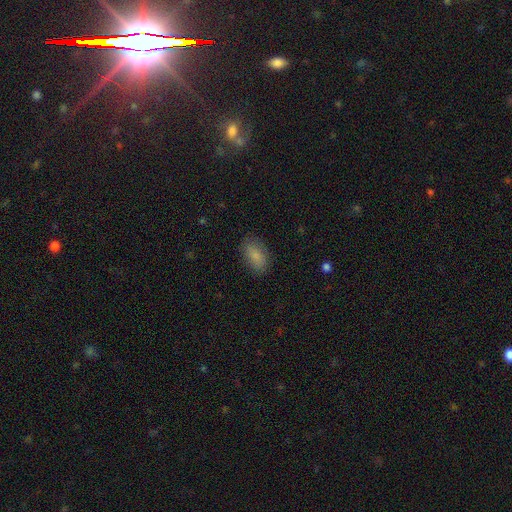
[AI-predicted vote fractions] smooth 86%, star or artifact 7%, featured or disk 7%. Down the decision tree: how rounded — in between (91%); merging — none (82%).